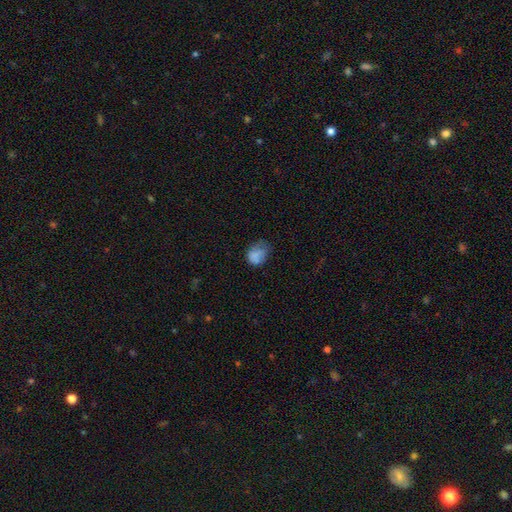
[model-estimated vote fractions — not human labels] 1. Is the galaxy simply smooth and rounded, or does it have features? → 74% smooth, 15% featured or disk, 12% star or artifact.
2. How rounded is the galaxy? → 59% in between, 40% round, 1% cigar-shaped.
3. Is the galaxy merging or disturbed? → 39% none, 35% minor disturbance, 23% major disturbance, 3% merger.